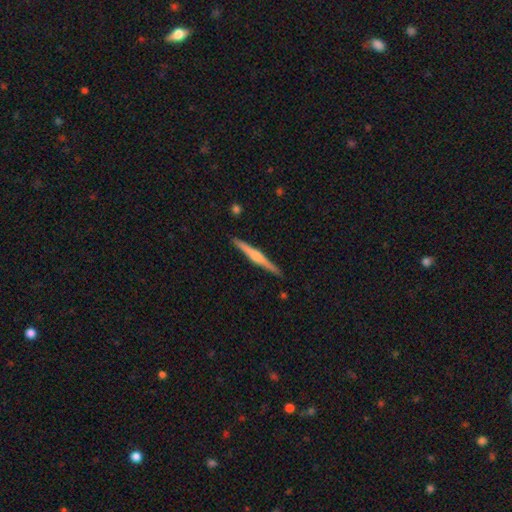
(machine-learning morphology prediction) The model was most divided on "smooth or featured": featured or disk: 67%, smooth: 27%, star or artifact: 5%. More confident: edge-on disk — yes (98%); merging — none (91%); edge-on bulge — rounded (68%).